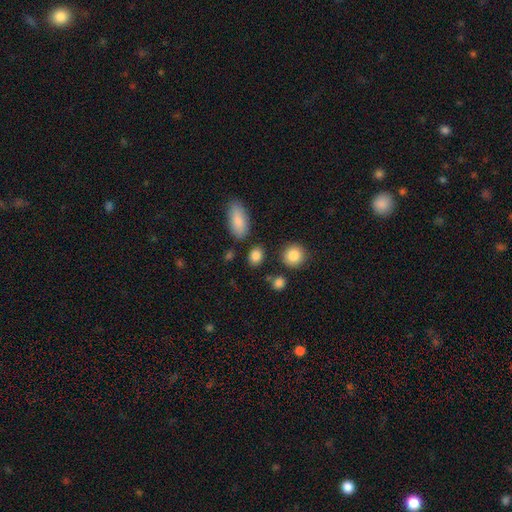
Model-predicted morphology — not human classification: A smooth galaxy with no disk features (86%) that is in between round and cigar-shaped (56%).

Vote fractions:
- Smooth or featured? smooth: 86% / star or artifact: 9% / featured or disk: 5%
- How rounded? in between: 56% / round: 42% / cigar-shaped: 2%
- Merging? none: 83% / minor disturbance: 10% / merger: 5% / major disturbance: 3%